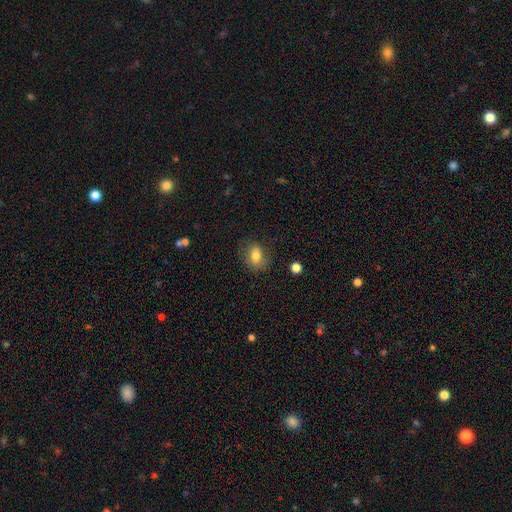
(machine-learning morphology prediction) This is likely a smooth galaxy (78%). How rounded: likely in between (65%). Merging: likely none (74%).